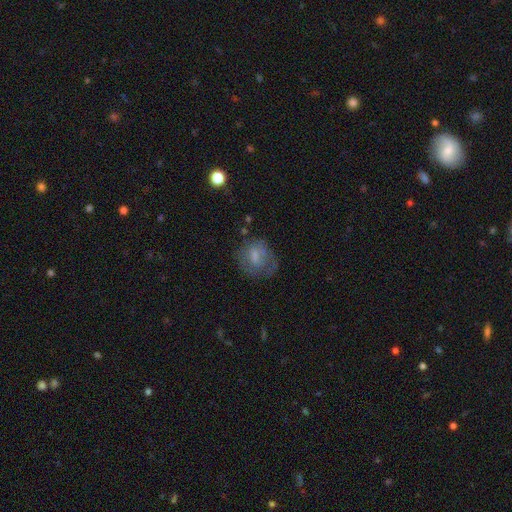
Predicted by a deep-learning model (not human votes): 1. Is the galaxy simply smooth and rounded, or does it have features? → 53% smooth, 38% featured or disk, 10% star or artifact.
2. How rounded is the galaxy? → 59% round, 40% in between, 1% cigar-shaped.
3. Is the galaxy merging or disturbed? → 48% none, 24% major disturbance, 24% minor disturbance, 3% merger.